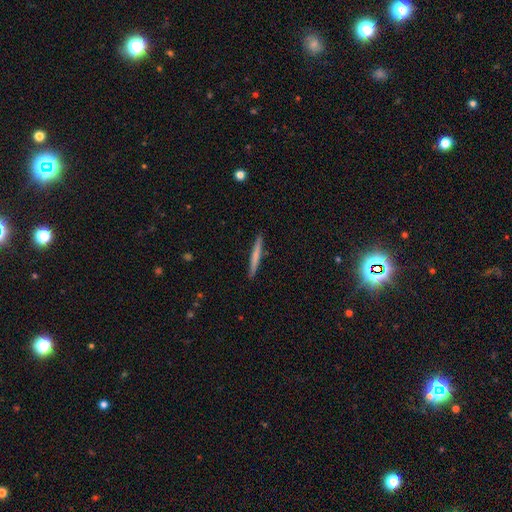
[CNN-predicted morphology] type=smooth (61%); roundness=cigar-shaped (97%); merging=none (91%).